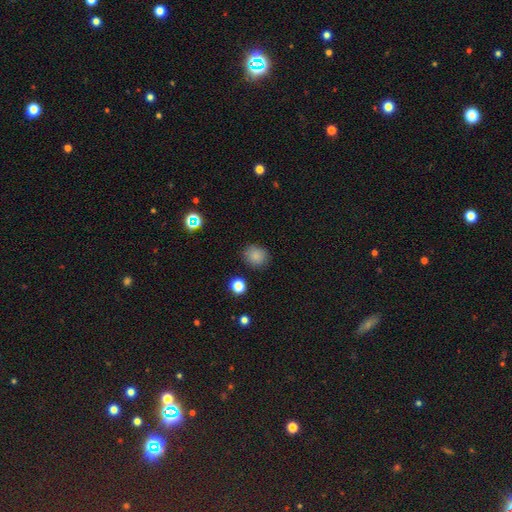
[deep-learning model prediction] Smooth or featured? smooth (83%)
How rounded? round (78%)
Merging? none (85%)